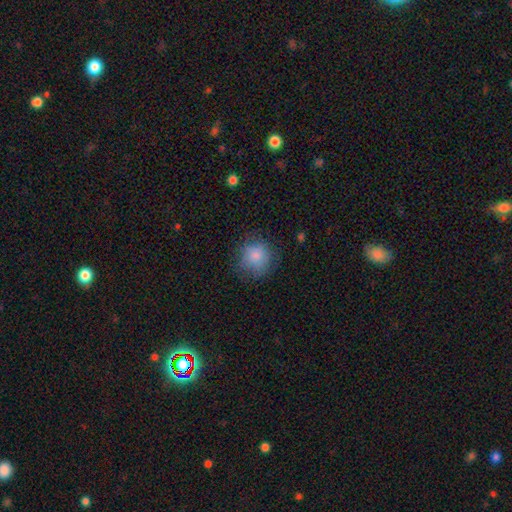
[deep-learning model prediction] smooth 83%, star or artifact 9%, featured or disk 8%. Down the decision tree: how rounded — round (89%); merging — none (74%).